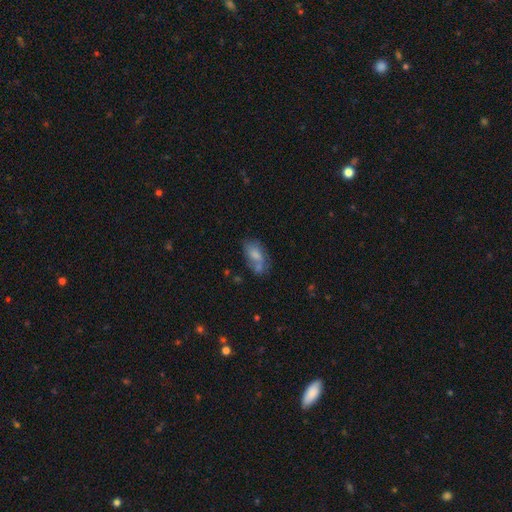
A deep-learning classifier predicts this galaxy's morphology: Overall: smooth (66%). How rounded: in between (89%). Merging: none (42%; minor disturbance 23%).